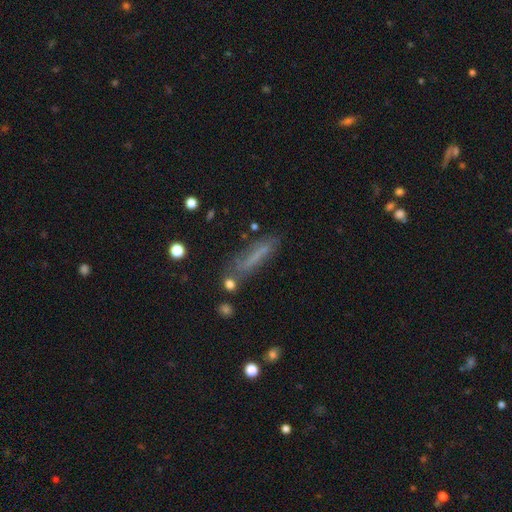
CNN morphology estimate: The model was most divided on "smooth or featured": smooth: 57%, featured or disk: 31%, star or artifact: 12%. More confident: how rounded — cigar-shaped (82%); merging — none (65%).